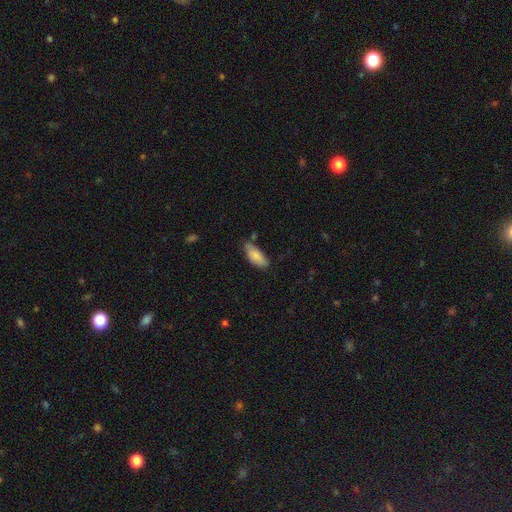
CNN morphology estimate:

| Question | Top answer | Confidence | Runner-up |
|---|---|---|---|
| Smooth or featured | smooth | 83% | featured or disk (11%) |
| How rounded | in between | 82% | cigar-shaped (16%) |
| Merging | none | 61% | minor disturbance (29%) |